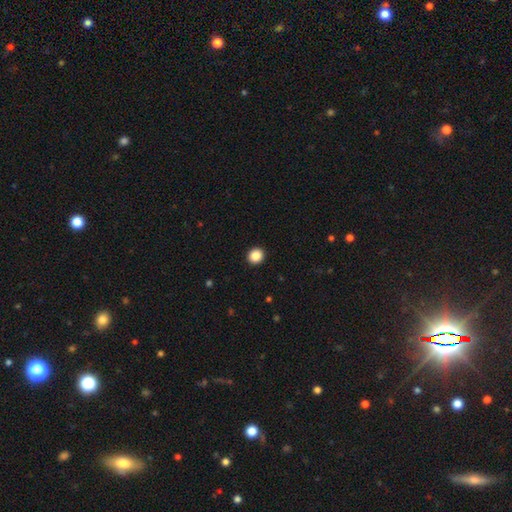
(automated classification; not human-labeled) This appears to be a smooth galaxy with no disk features (87%) that is round (89%). Merging: none (94%).